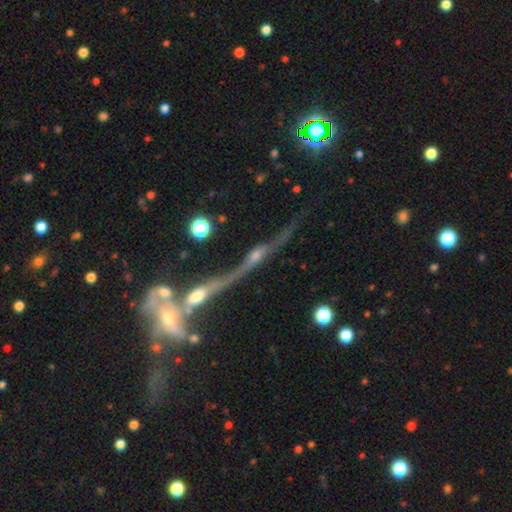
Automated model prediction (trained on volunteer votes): smooth_or_featured: featured or disk (p=0.75) [alt: smooth p=0.13]
disk_edge_on: yes (p=0.69) [alt: no p=0.31]
edge_on_bulge: rounded (p=0.82) [alt: boxy p=0.10]
merging: none (p=0.41) [alt: merger p=0.30]